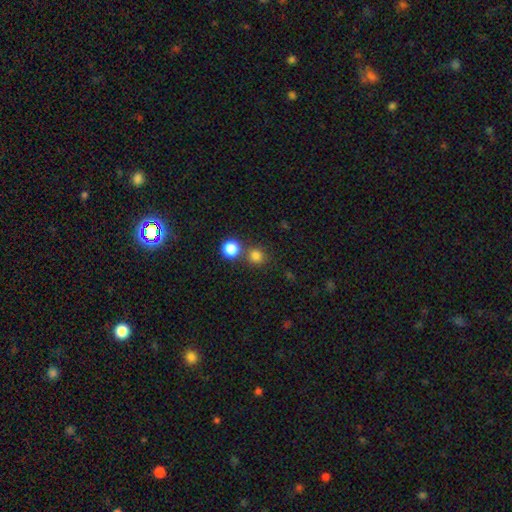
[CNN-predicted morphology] Overall: smooth (80%). How rounded: round (89%). Merging: none (68%).